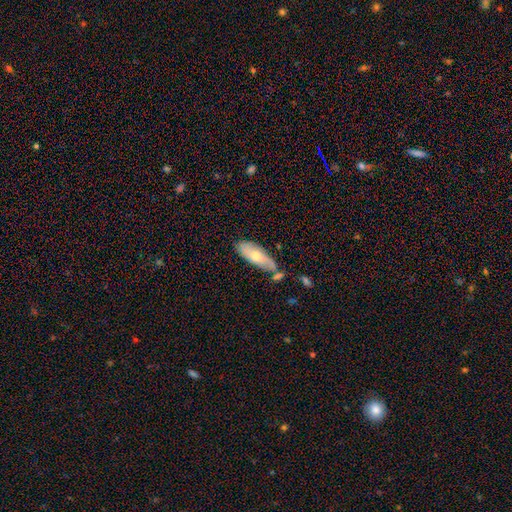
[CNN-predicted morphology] Q: Smooth or featured?
A: smooth (56%); runner-up: featured or disk (37%)
Q: How rounded?
A: in between (70%); runner-up: cigar-shaped (28%)
Q: Merging?
A: none (58%); runner-up: minor disturbance (24%)